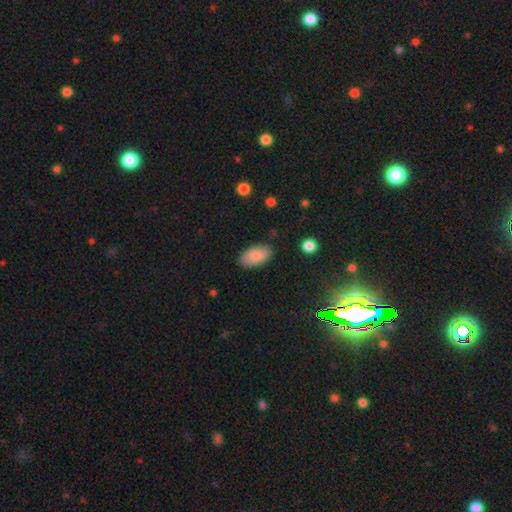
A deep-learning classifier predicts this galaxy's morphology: Overall: smooth (85%). How rounded: in between (95%). Merging: none (85%).